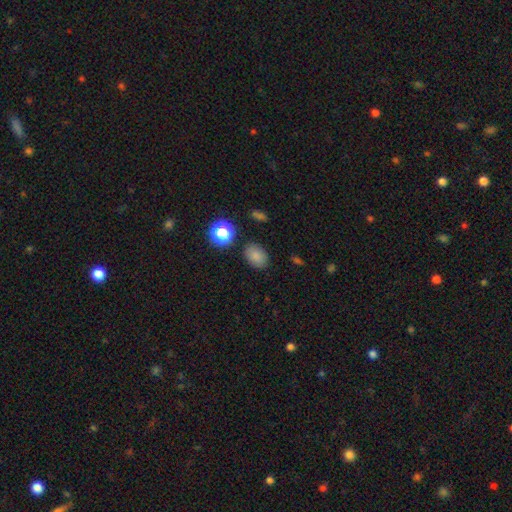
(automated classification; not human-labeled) Q: Smooth or featured?
A: smooth (81%); runner-up: star or artifact (13%)
Q: How rounded?
A: in between (70%); runner-up: round (29%)
Q: Merging?
A: none (84%); runner-up: minor disturbance (10%)